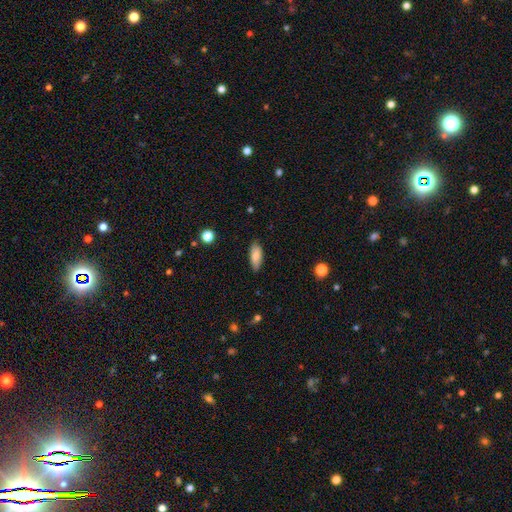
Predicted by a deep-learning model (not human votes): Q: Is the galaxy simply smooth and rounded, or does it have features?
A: smooth — 85%.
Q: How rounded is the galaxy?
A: in between — 76%.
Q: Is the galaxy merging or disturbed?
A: none — 84%.